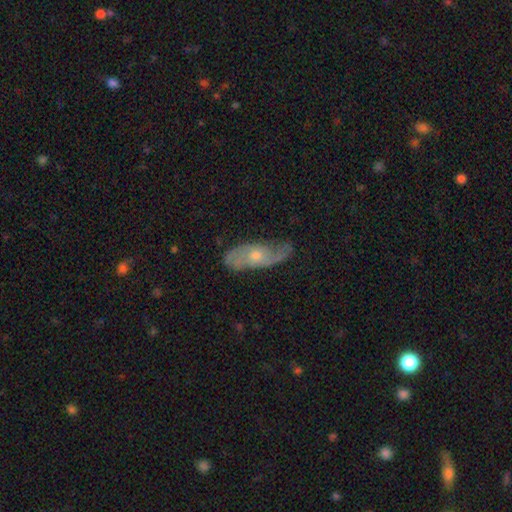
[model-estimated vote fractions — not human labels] The model was most divided on "bulge size": moderate: 50%, small: 45%, large: 2%, none: 2%, dominant: 1%. Remaining: spiral arms — yes (88%); edge-on disk — no (86%); bar — no (75%); smooth or featured — featured or disk (73%); spiral arm count — 2 (71%); merging — none (67%); spiral winding — medium (42%).